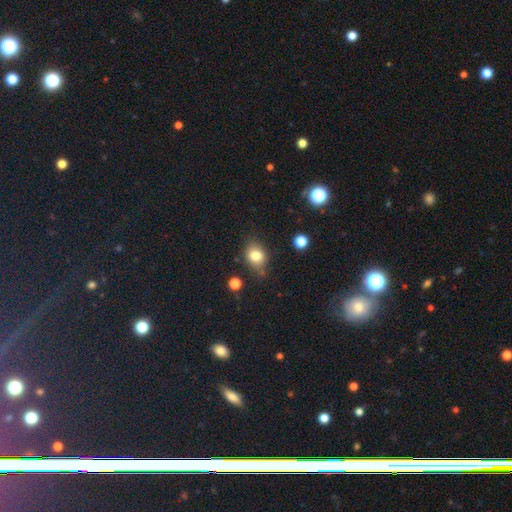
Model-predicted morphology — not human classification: Overall: smooth (79%). How rounded: in between (55%; round 44%). Merging: none (73%).